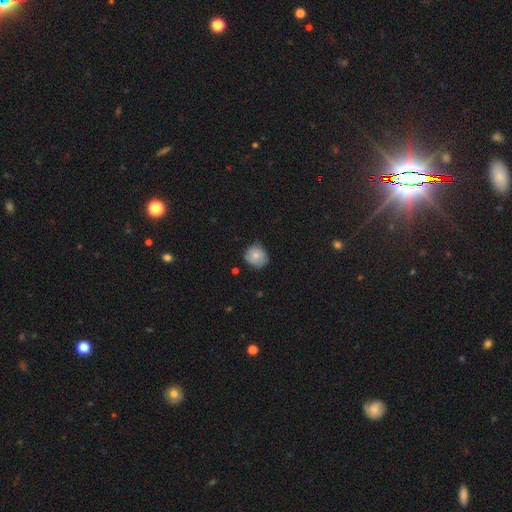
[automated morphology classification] Smooth or featured? smooth (72%)
How rounded? round (82%)
Merging? none (68%)